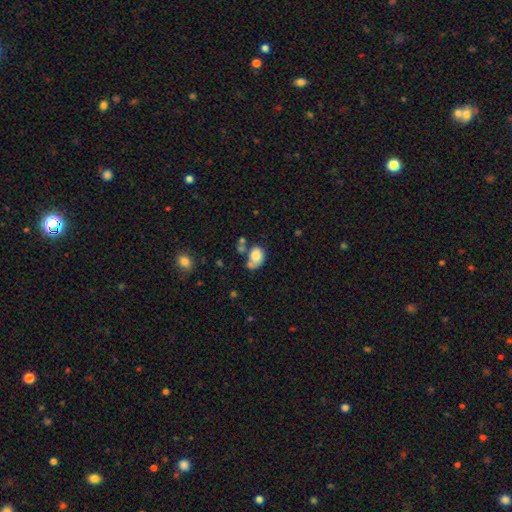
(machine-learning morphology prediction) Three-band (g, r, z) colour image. It shows a smooth galaxy with no disk features (75%) that is in between round and cigar-shaped (67%). Merging: none (33%).